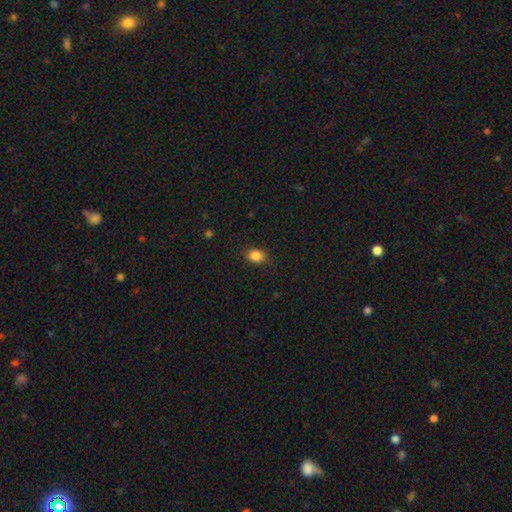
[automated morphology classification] A smooth galaxy with no disk features (85%) that is in between round and cigar-shaped (59%). Merging: none (86%).